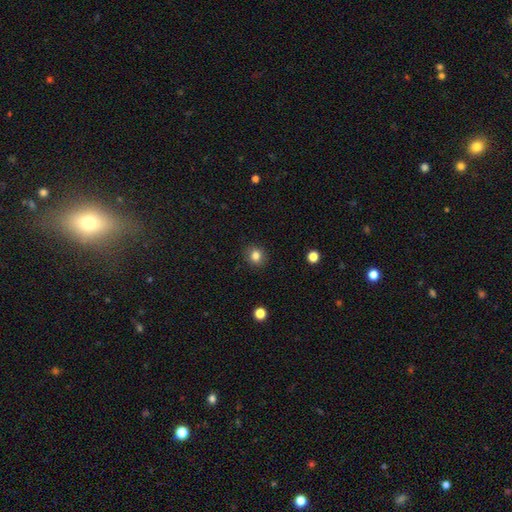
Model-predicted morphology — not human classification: type=smooth (82%); roundness=round (82%); merging=none (90%).